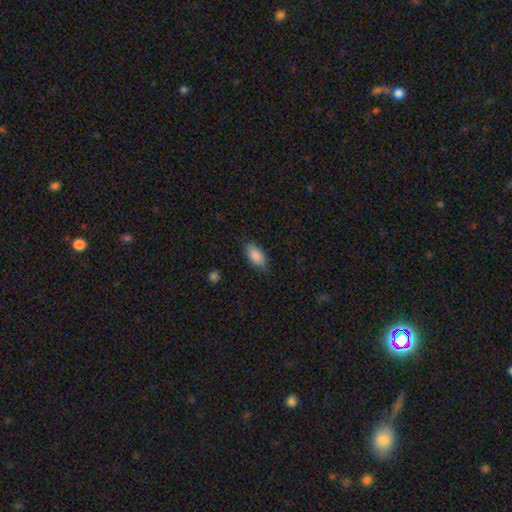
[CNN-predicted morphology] Smooth or featured: smooth — 87% (star or artifact — 7%)
How rounded: in between — 90% (cigar-shaped — 7%)
Merging: none — 80% (minor disturbance — 16%)